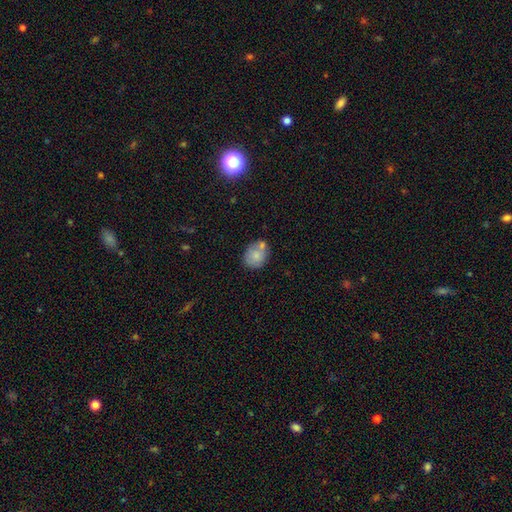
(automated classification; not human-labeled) The model was most divided on "how rounded": round: 56%, in between: 43%, cigar-shaped: 1%. More confident: smooth or featured — smooth (77%); merging — none (54%).